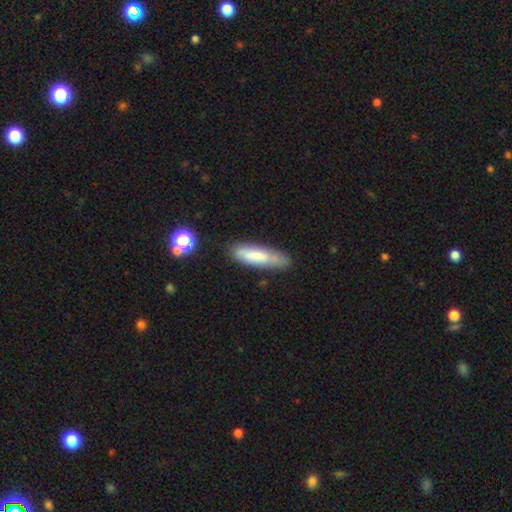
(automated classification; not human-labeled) smooth-or-featured: smooth: 72% | featured or disk: 21% | star or artifact: 8%
  how-rounded: cigar-shaped: 67% | in between: 31% | round: 2%
  merging: none: 67% | minor disturbance: 22% | major disturbance: 6% | merger: 5%